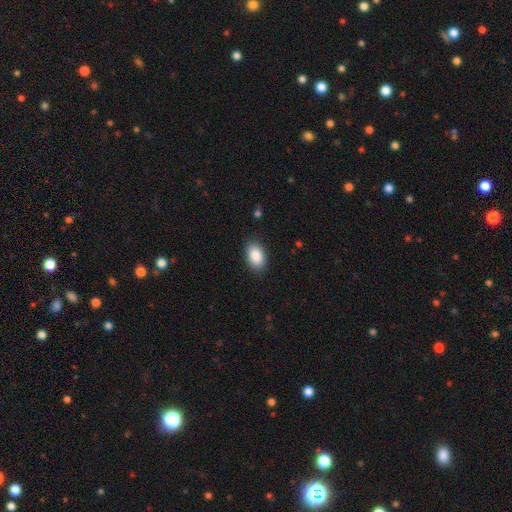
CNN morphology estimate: type=smooth (89%); roundness=in between (91%); merging=none (87%).